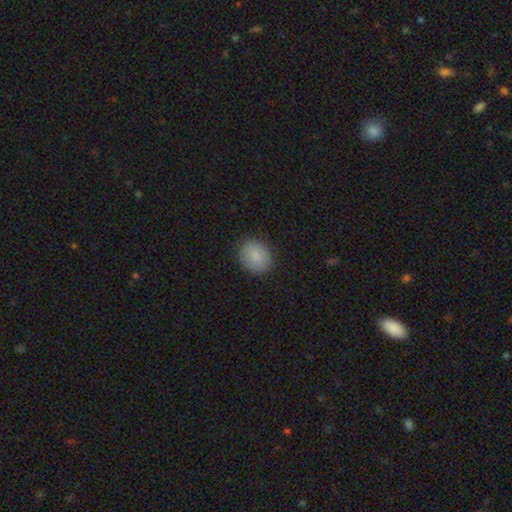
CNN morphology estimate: Smooth or featured? Predicted: smooth (p=0.87). How rounded? Predicted: round (p=0.59). Merging? Predicted: none (p=0.87).